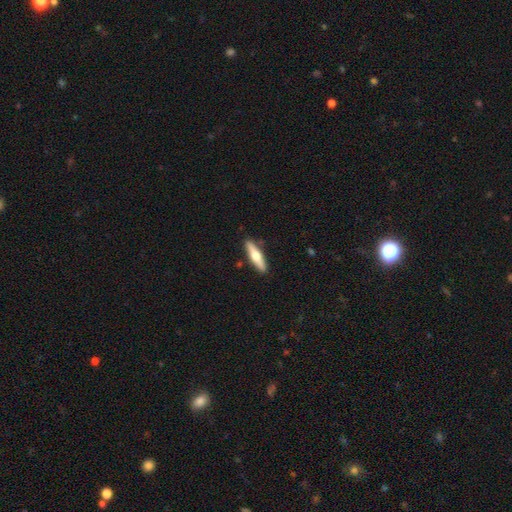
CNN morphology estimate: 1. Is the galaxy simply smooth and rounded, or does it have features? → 48% featured or disk, 47% smooth, 5% star or artifact.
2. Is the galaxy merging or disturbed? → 89% none, 8% minor disturbance, 2% major disturbance, 1% merger.